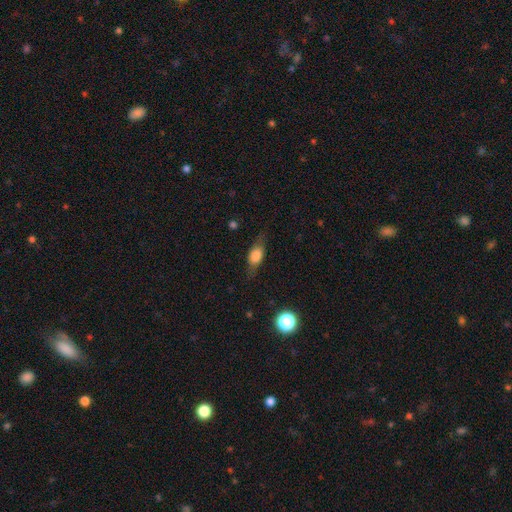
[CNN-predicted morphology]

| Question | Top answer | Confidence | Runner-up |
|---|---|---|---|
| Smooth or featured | smooth | 63% | featured or disk (28%) |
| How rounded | in between | 70% | cigar-shaped (21%) |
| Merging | none | 72% | minor disturbance (19%) |